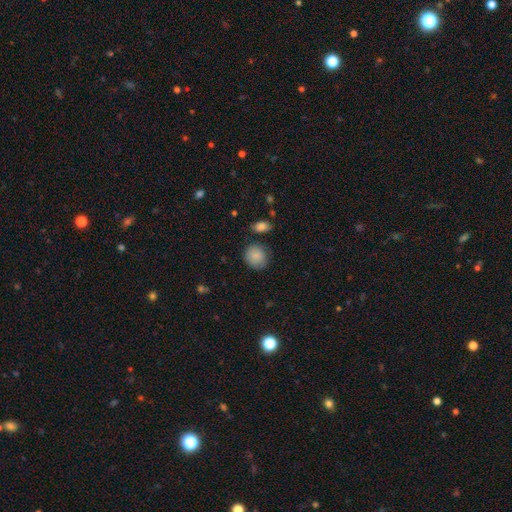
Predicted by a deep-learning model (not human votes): smooth_or_featured: smooth (p=0.87) [alt: star or artifact p=0.08]
how_rounded: round (p=0.78) [alt: in between p=0.21]
merging: none (p=0.76) [alt: minor disturbance p=0.17]